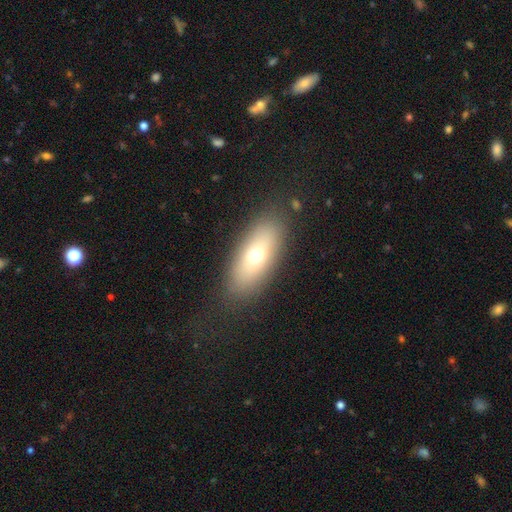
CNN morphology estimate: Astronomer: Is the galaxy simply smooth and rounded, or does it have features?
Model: smooth — 66%.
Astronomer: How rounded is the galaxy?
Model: in between — 79%.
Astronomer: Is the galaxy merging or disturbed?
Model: none — 84%.